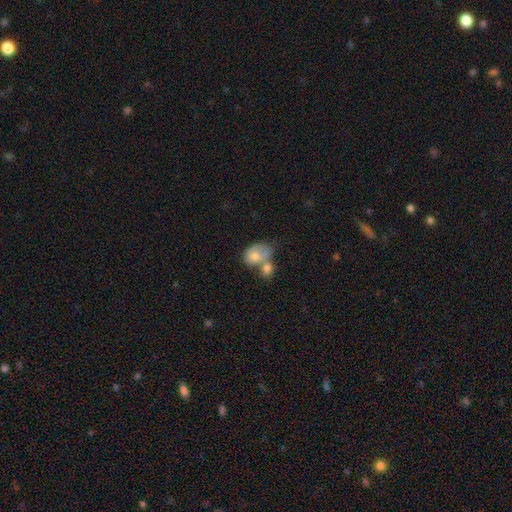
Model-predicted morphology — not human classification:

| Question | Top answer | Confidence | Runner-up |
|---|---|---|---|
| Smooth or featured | smooth | 74% | featured or disk (19%) |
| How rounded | in between | 68% | round (31%) |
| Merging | merger | 61% | none (20%) |